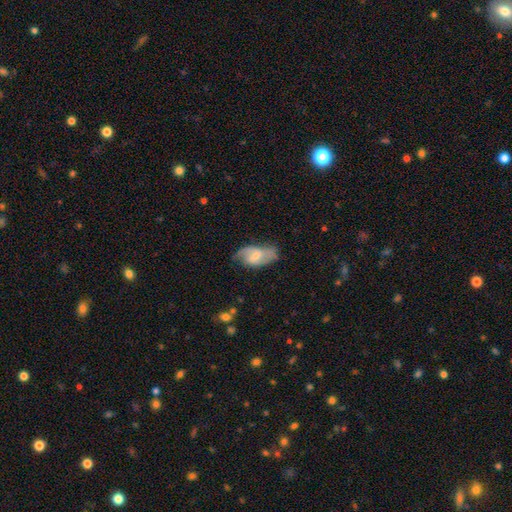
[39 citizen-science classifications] smooth_or_featured: featured or disk (p=0.67) [alt: smooth p=0.31]
disk_edge_on: no (p=0.92) [alt: yes p=0.08]
bar: weak (p=0.79) [alt: no p=0.12]
has_spiral_arms: yes (p=0.83) [alt: no p=0.17]
spiral_winding: medium (p=0.55) [alt: loose p=0.25]
spiral_arm_count: 2 (p=0.85) [alt: 3 p=0.05]
bulge_size: small (p=0.54) [alt: moderate p=0.38]
merging: none (p=0.71) [alt: minor disturbance p=0.24]